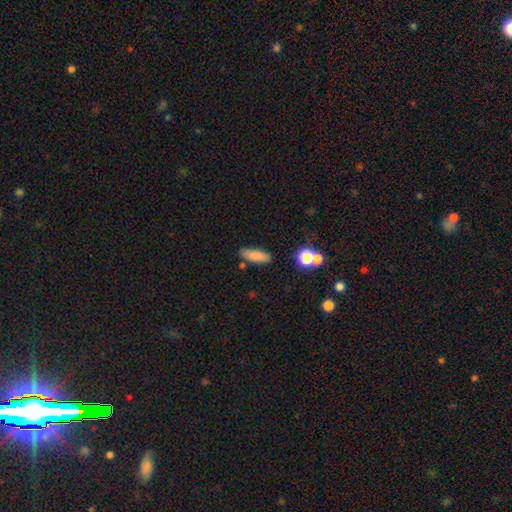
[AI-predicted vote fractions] A smooth galaxy with no disk features (82%) that is in between round and cigar-shaped (57%). Merging: none (81%).